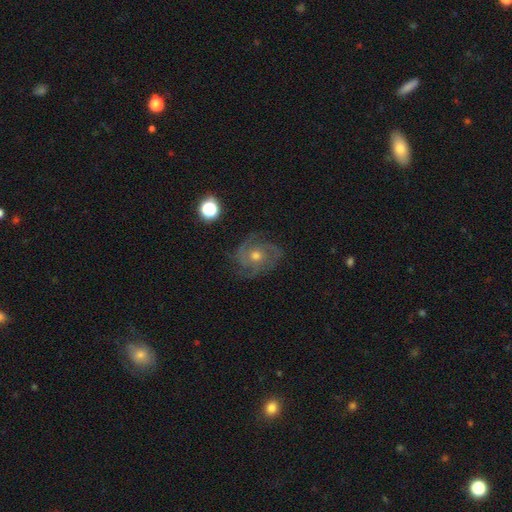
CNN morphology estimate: Smooth or featured? Predicted: featured or disk (p=0.83). Edge-on disk? Predicted: no (p=0.97). Bar? Predicted: no (p=0.80). Spiral arms? Predicted: yes (p=0.96). Spiral winding? Predicted: tight (p=0.55). Spiral arm count? Predicted: 3 (p=0.46). Bulge size? Predicted: moderate (p=0.67). Merging? Predicted: none (p=0.77).